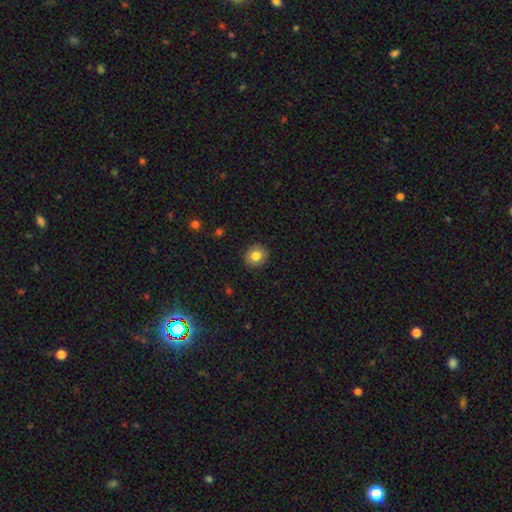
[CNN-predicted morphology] smooth 81%, featured or disk 10%, star or artifact 9%. Down the decision tree: how rounded — round (82%); merging — none (90%).